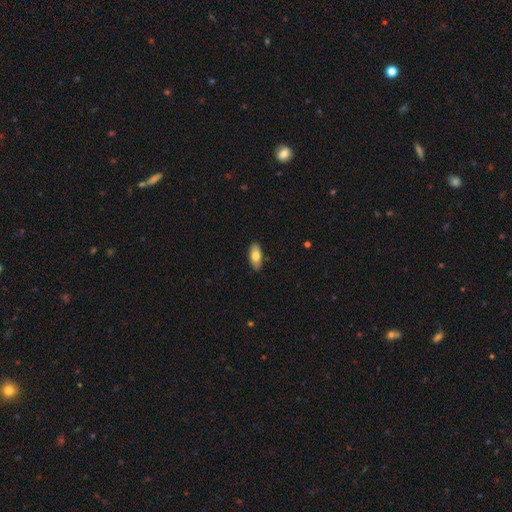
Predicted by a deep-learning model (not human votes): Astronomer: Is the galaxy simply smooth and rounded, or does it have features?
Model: smooth — 77%.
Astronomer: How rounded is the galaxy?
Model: in between — 85%.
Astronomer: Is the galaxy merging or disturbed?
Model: none — 88%.